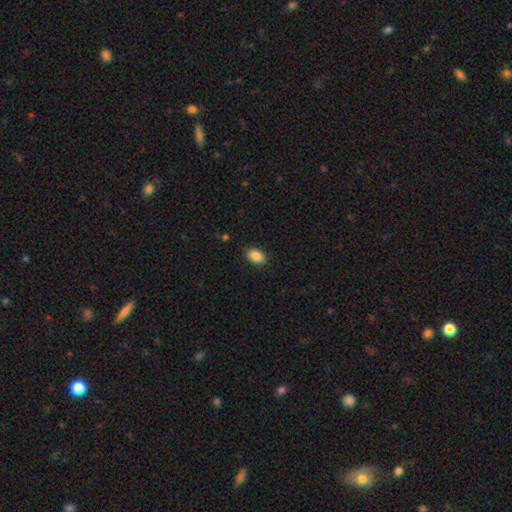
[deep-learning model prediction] Smooth or featured? smooth (88%)
How rounded? in between (85%)
Merging? none (89%)